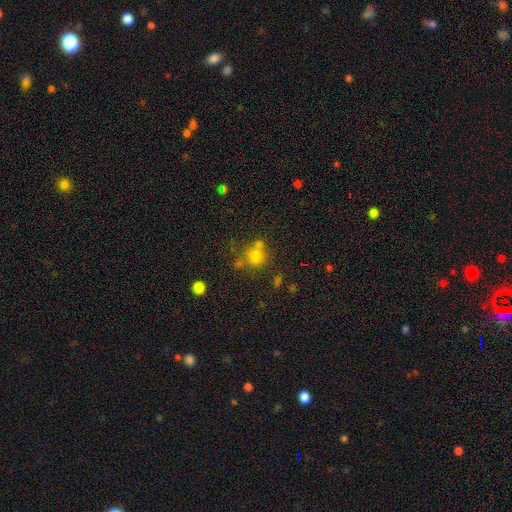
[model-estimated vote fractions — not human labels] smooth 73%, star or artifact 17%, featured or disk 10%. Down the decision tree: how rounded — round (84%); merging — none (56%).